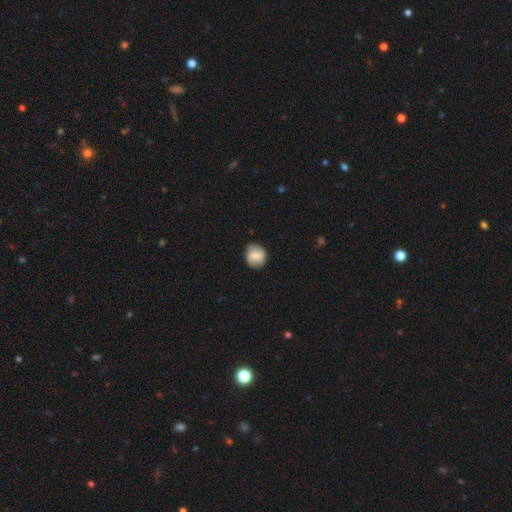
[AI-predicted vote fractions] Q: Smooth or featured?
A: smooth (50%); runner-up: featured or disk (42%)
Q: How rounded?
A: round (80%); runner-up: in between (19%)
Q: Merging?
A: none (82%); runner-up: minor disturbance (13%)